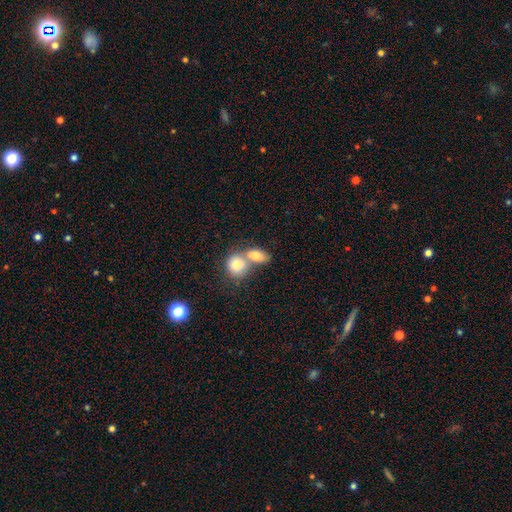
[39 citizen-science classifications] Morphology: type=smooth (87%); roundness=in between (91%); merging=merger (46%).